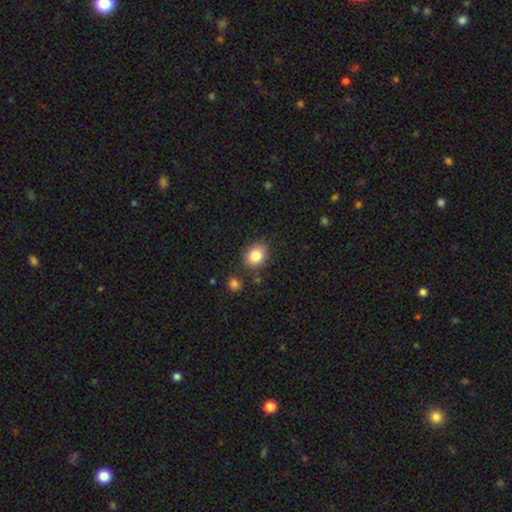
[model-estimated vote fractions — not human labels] smooth-or-featured: smooth: 84% | star or artifact: 9% | featured or disk: 7%
  how-rounded: round: 53% | in between: 46% | cigar-shaped: 1%
  merging: none: 81% | minor disturbance: 11% | merger: 4% | major disturbance: 3%